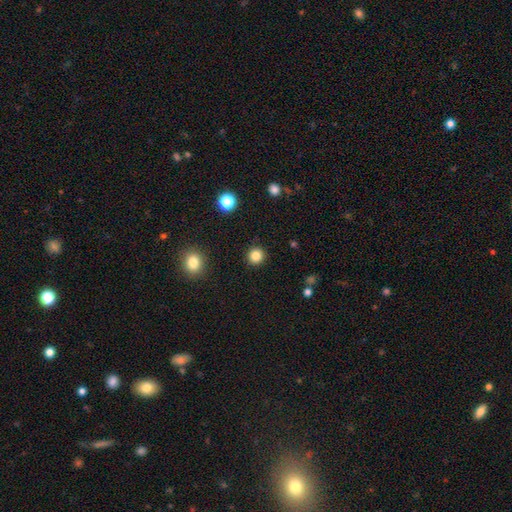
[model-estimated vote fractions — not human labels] smooth-or-featured: smooth: 84% | star or artifact: 12% | featured or disk: 4%
  how-rounded: round: 94% | in between: 5% | cigar-shaped: 1%
  merging: none: 92% | minor disturbance: 5% | major disturbance: 2% | merger: 1%